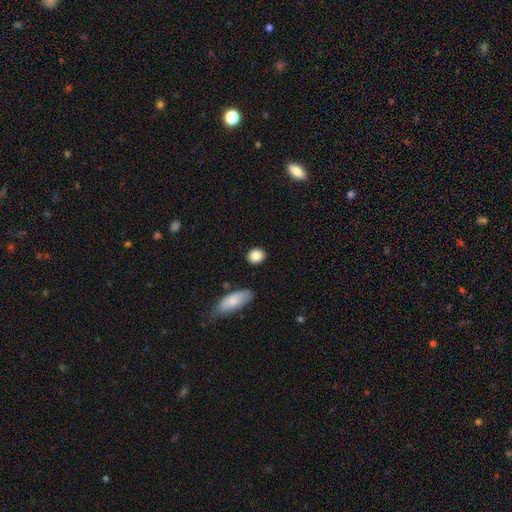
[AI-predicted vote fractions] smooth-or-featured: smooth: 86% | star or artifact: 8% | featured or disk: 6%
  how-rounded: round: 75% | in between: 23% | cigar-shaped: 2%
  merging: none: 87% | minor disturbance: 9% | merger: 2% | major disturbance: 2%